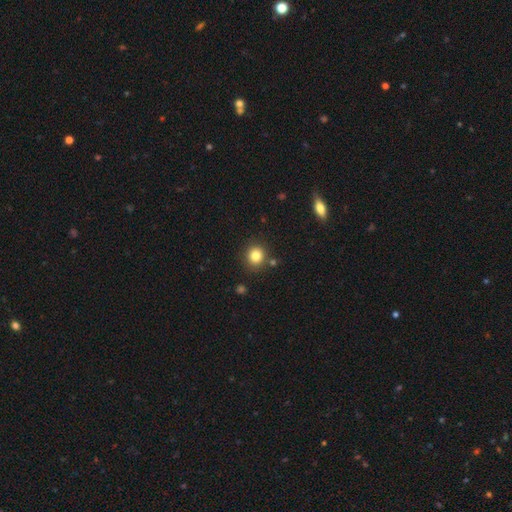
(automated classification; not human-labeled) This appears to be a smooth galaxy with no disk features (82%) that is round (88%). Merging: none (85%).